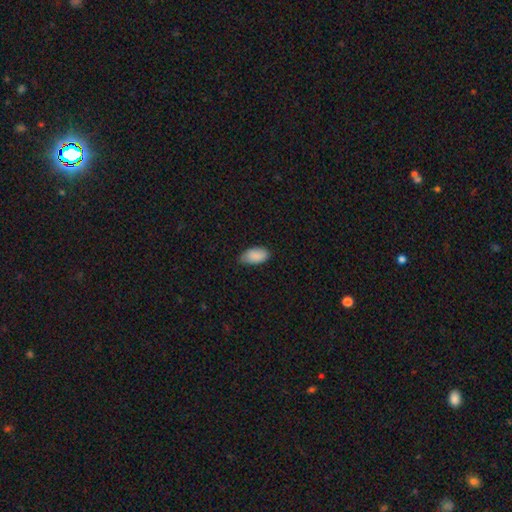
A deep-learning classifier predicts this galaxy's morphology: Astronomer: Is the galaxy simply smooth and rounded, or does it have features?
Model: smooth — 89%.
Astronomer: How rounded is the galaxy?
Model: in between — 94%.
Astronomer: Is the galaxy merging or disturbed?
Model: none — 69%.